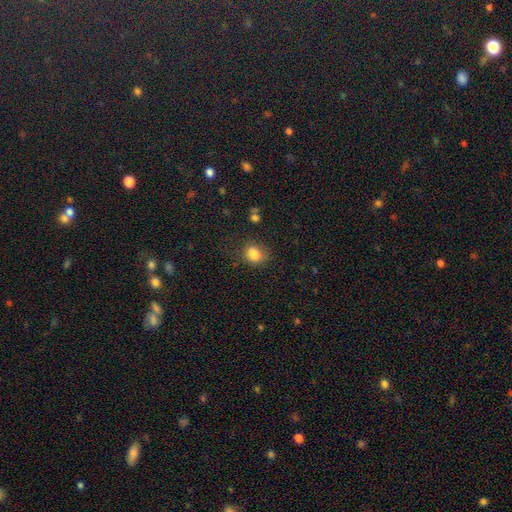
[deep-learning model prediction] Smooth or featured? smooth (83%)
How rounded? in between (62%)
Merging? none (68%)